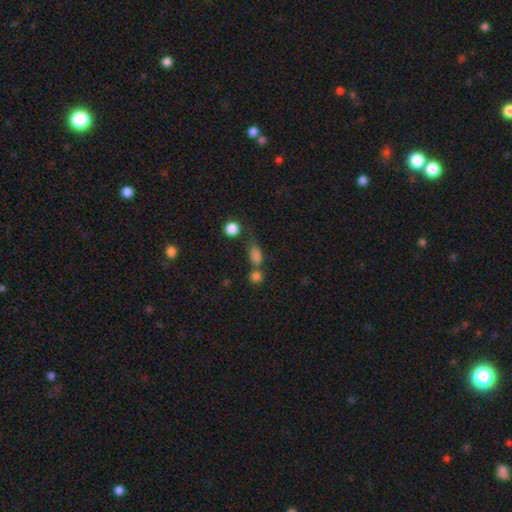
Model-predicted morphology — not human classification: This appears to be a smooth galaxy with no disk features (68%) that is in between round and cigar-shaped (59%). Merging: none (45%).